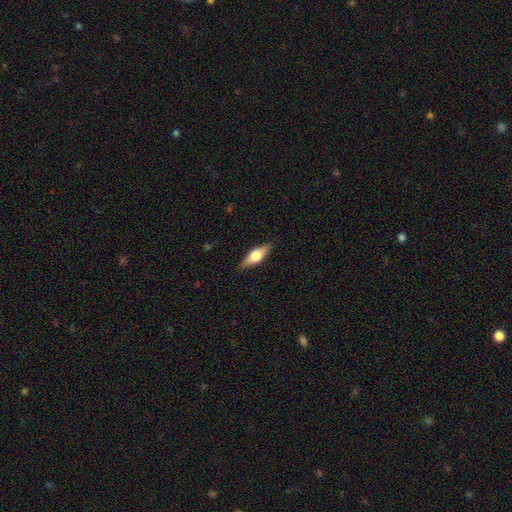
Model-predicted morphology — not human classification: Smooth or featured? smooth (49%)
Merging? none (87%)